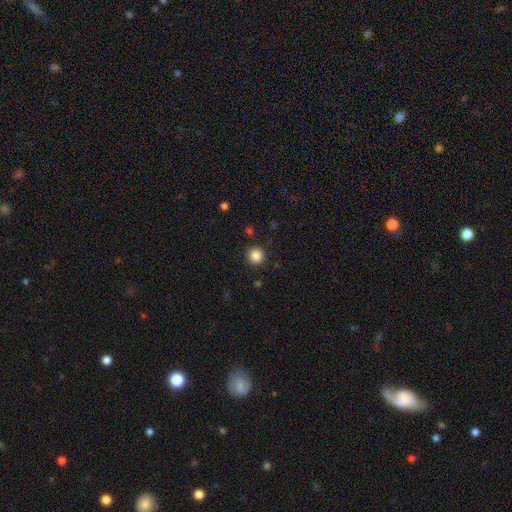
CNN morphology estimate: type=smooth (85%); roundness=round (96%); merging=none (92%).